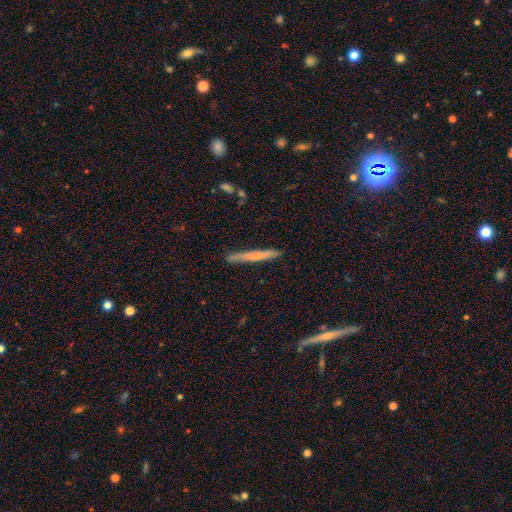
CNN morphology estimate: smooth_or_featured: smooth (p=0.56) [alt: featured or disk p=0.37]
how_rounded: cigar-shaped (p=0.96) [alt: in between p=0.02]
merging: none (p=0.89) [alt: minor disturbance p=0.08]